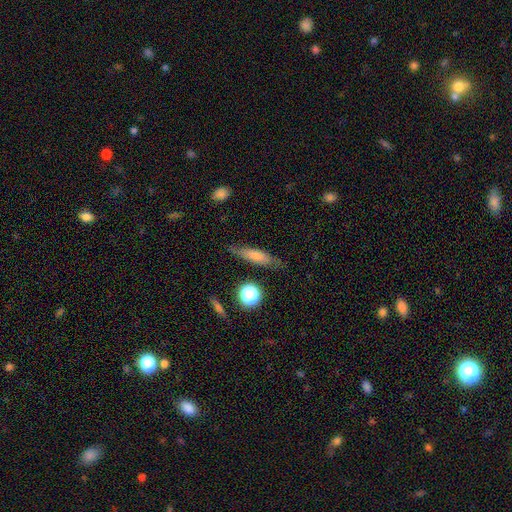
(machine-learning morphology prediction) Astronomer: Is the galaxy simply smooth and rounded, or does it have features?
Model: smooth — 67%.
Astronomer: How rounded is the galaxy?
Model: cigar-shaped — 69%.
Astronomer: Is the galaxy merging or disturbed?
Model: none — 75%.